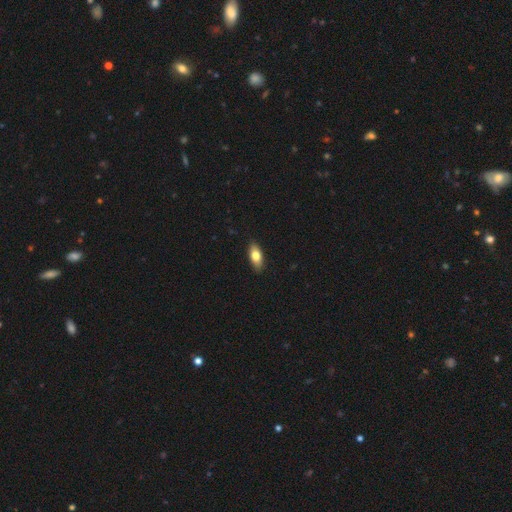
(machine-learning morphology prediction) Smooth or featured? Predicted: smooth (p=0.76). How rounded? Predicted: in between (p=0.84). Merging? Predicted: none (p=0.89).